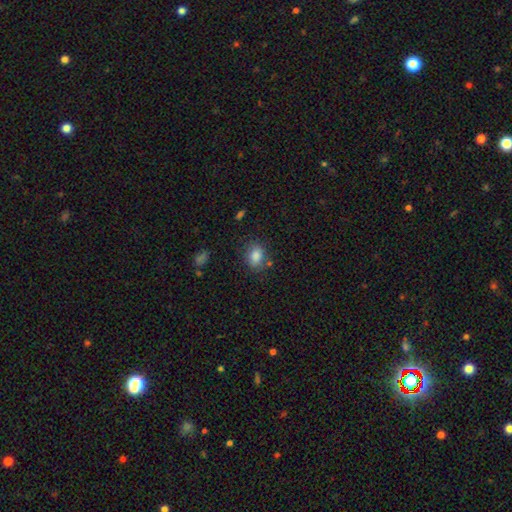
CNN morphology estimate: A smooth galaxy with no disk features (85%) that is in between round and cigar-shaped (65%).

Vote fractions:
- Smooth or featured? smooth: 85% / star or artifact: 9% / featured or disk: 6%
- How rounded? in between: 65% / round: 34% / cigar-shaped: 1%
- Merging? none: 77% / minor disturbance: 14% / major disturbance: 5% / merger: 4%